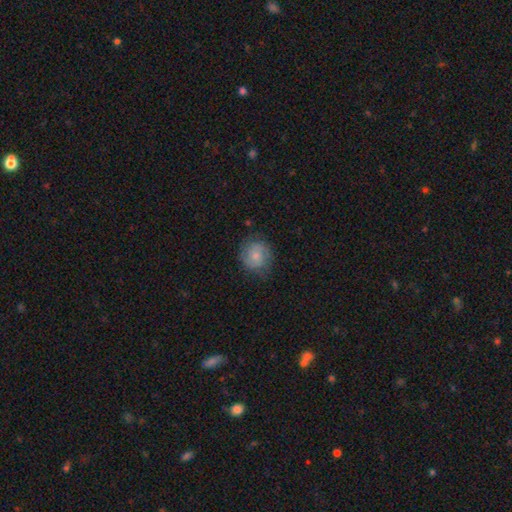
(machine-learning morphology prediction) This is possibly a featured or disk galaxy (51%). It is clearly not viewed edge-on (98%). Merging: likely none (77%).